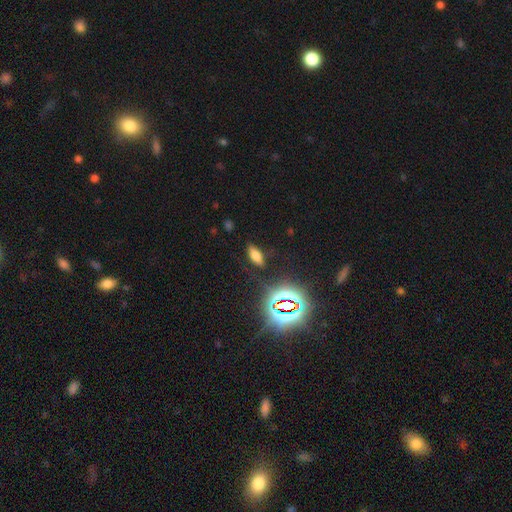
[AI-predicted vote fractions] A smooth galaxy with no disk features (62%) that is in between round and cigar-shaped (76%).

Vote fractions:
- Smooth or featured? smooth: 62% / star or artifact: 26% / featured or disk: 12%
- How rounded? in between: 76% / cigar-shaped: 19% / round: 5%
- Merging? none: 83% / minor disturbance: 11% / major disturbance: 4% / merger: 2%